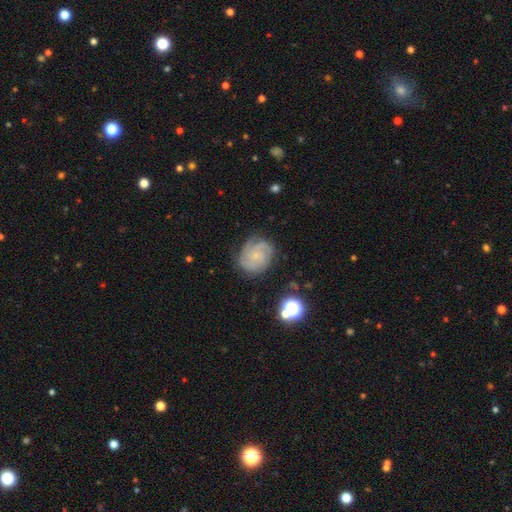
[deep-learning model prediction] Morphology: type=featured or disk (78%); edge-on=no (98%); bar=no (73%); spiral arms=yes (96%); winding=tight (65%); arm count=3 (37%); bulge=small (76%); merging=none (75%).